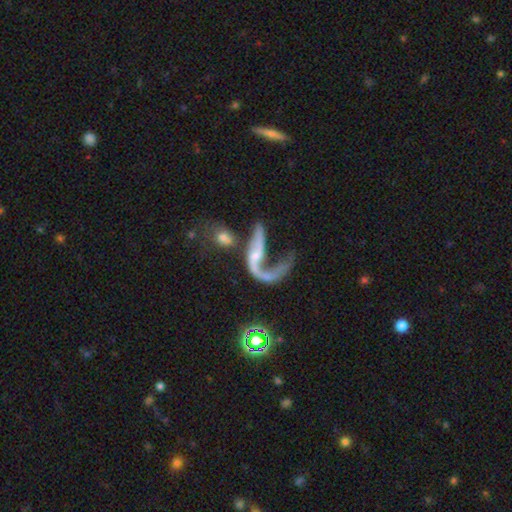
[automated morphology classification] A featured or disk galaxy (76%) with no bar (57%), 2 (49%) loose (91%) spiral arms (77%) and a small central bulge (52%). Merging: major disturbance (40%).